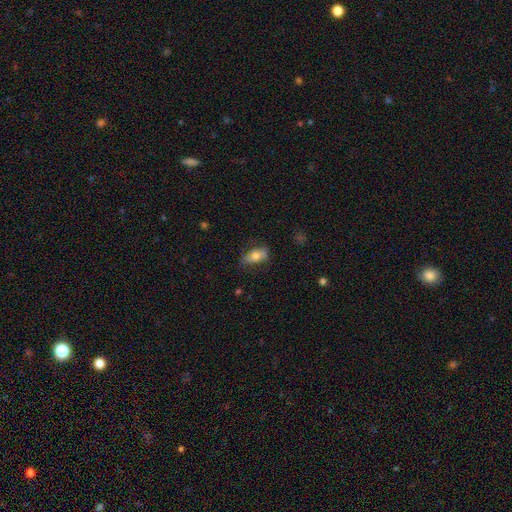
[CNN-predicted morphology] This appears to be a smooth galaxy with no disk features (70%) that is in between round and cigar-shaped (88%). Merging: none (63%).